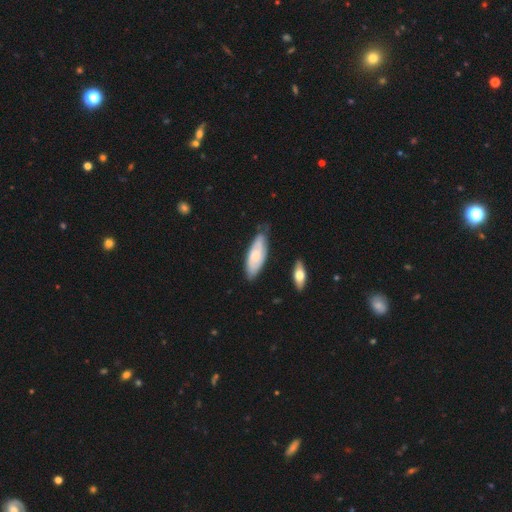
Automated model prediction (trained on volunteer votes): This appears to be a featured or disk galaxy (49%). Merging: none (69%).